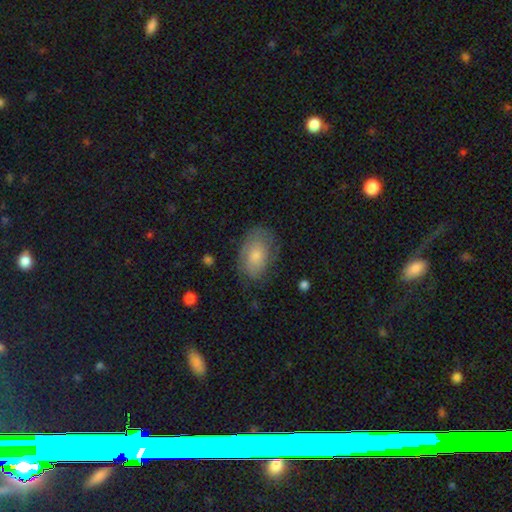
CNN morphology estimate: type=smooth (62%); roundness=in between (87%); merging=none (68%).